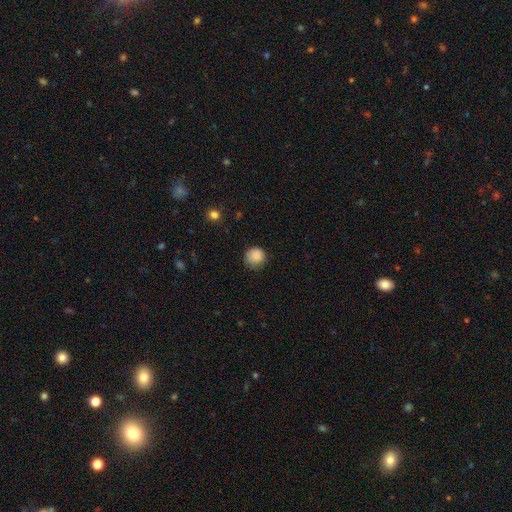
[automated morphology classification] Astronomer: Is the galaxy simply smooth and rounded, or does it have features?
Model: smooth — 87%.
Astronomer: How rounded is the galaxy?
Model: round — 89%.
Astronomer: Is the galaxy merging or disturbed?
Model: none — 74%.